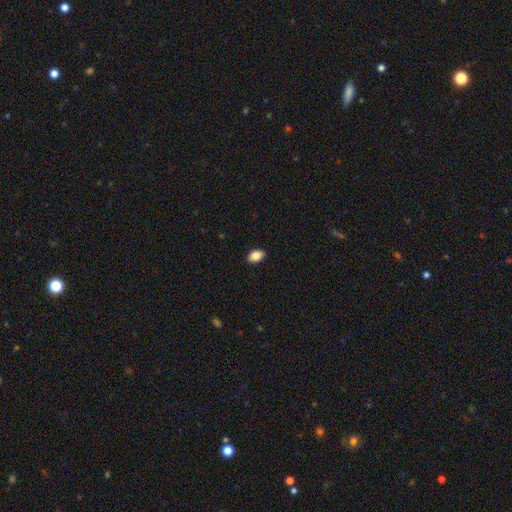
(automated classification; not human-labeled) A smooth galaxy with no disk features (87%) that is in between round and cigar-shaped (87%). Merging: none (90%).